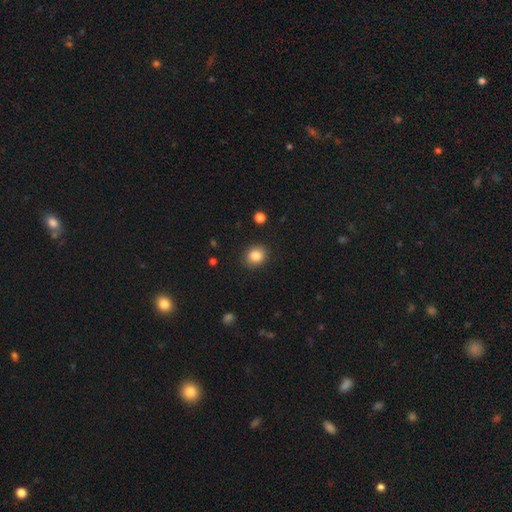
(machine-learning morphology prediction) smooth-or-featured: smooth: 84% | star or artifact: 10% | featured or disk: 6%
  how-rounded: round: 71% | in between: 28% | cigar-shaped: 1%
  merging: none: 89% | minor disturbance: 7% | major disturbance: 2% | merger: 1%